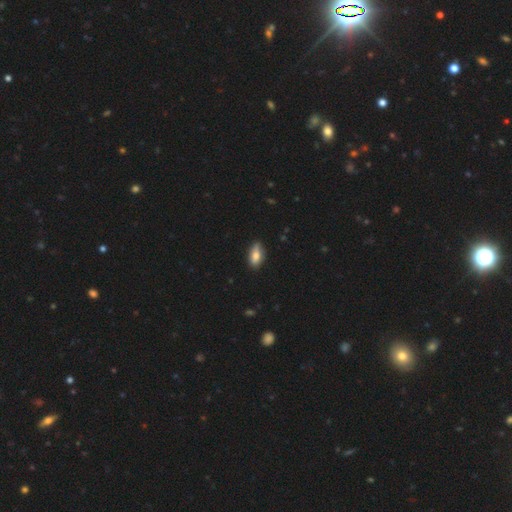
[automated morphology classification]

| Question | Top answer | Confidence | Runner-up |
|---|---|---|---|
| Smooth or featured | smooth | 71% | featured or disk (23%) |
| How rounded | in between | 81% | cigar-shaped (15%) |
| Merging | none | 78% | minor disturbance (18%) |